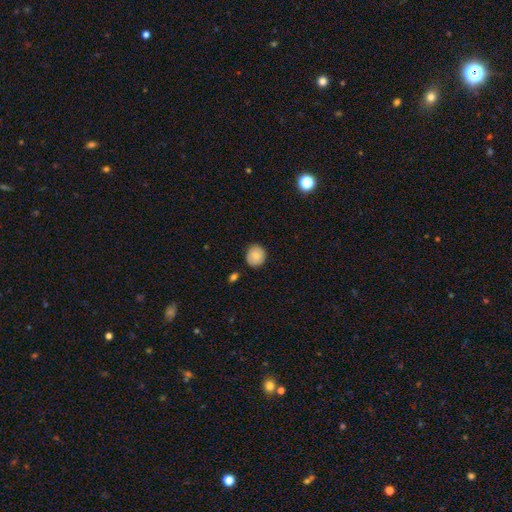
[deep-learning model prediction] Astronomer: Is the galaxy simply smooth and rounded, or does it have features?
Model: smooth — 78%.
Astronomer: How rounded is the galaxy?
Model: round — 81%.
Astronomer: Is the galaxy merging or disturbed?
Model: none — 82%.